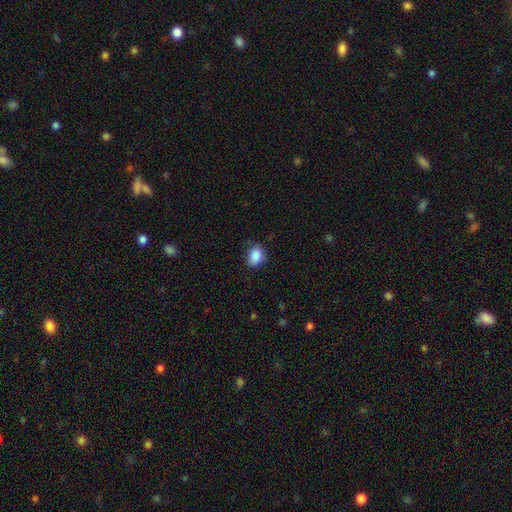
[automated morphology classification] smooth_or_featured: smooth (p=0.87) [alt: star or artifact p=0.09]
how_rounded: in between (p=0.63) [alt: round p=0.36]
merging: none (p=0.75) [alt: minor disturbance p=0.20]